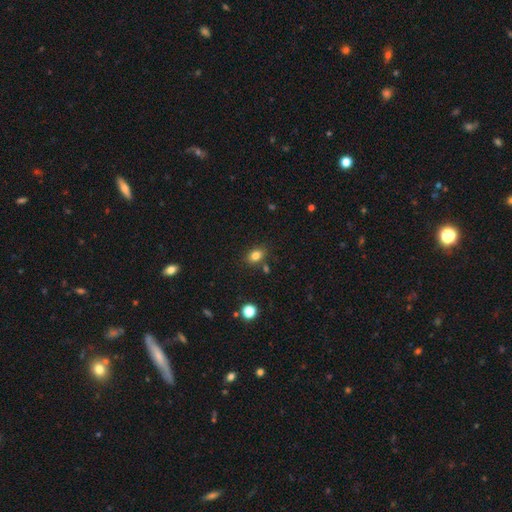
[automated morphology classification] smooth_or_featured: smooth (p=0.81) [alt: star or artifact p=0.11]
how_rounded: in between (p=0.72) [alt: round p=0.26]
merging: none (p=0.79) [alt: minor disturbance p=0.12]